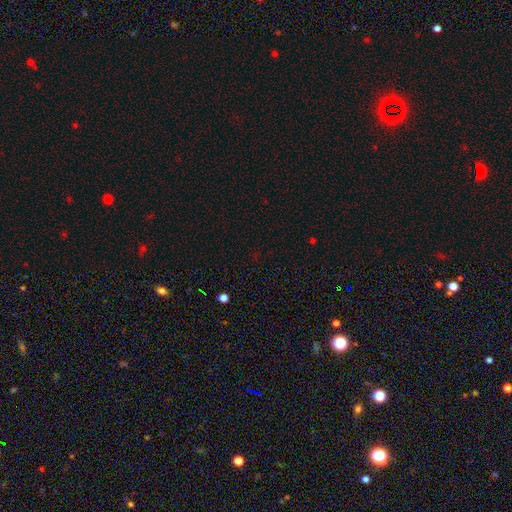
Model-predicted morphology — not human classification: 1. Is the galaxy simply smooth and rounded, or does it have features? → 67% star or artifact, 26% smooth, 7% featured or disk.